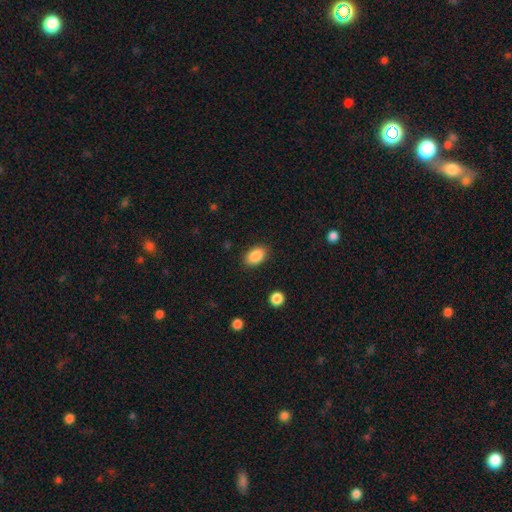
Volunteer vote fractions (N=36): A smooth galaxy with no disk features (81%) that is in between round and cigar-shaped (93%). Merging: none (84%).